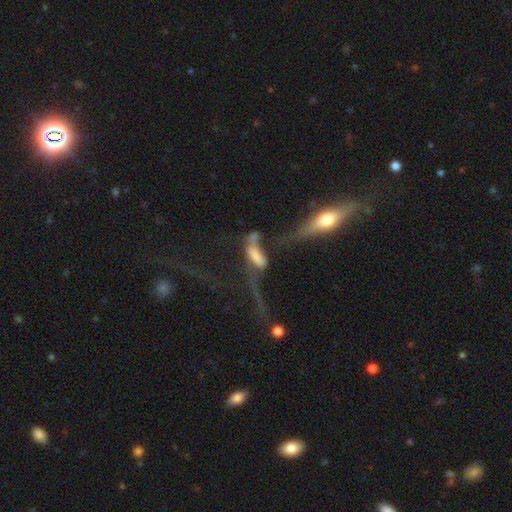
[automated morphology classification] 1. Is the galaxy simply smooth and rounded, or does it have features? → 51% smooth, 37% featured or disk, 12% star or artifact.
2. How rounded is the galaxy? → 65% in between, 32% cigar-shaped, 4% round.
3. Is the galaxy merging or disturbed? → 41% merger, 35% major disturbance, 14% none, 10% minor disturbance.